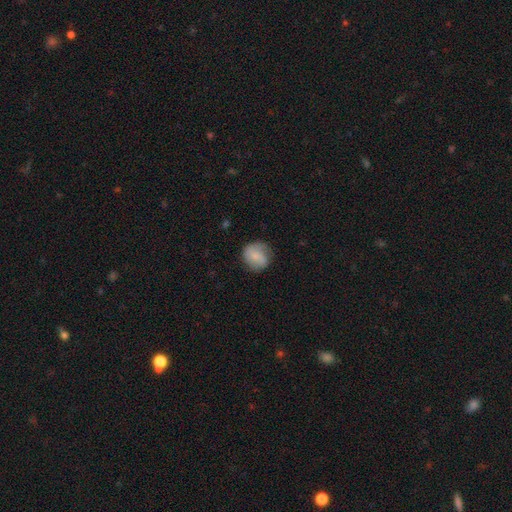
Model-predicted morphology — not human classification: smooth_or_featured: smooth (p=0.70) [alt: featured or disk p=0.22]
how_rounded: round (p=0.83) [alt: in between p=0.16]
merging: none (p=0.69) [alt: minor disturbance p=0.22]